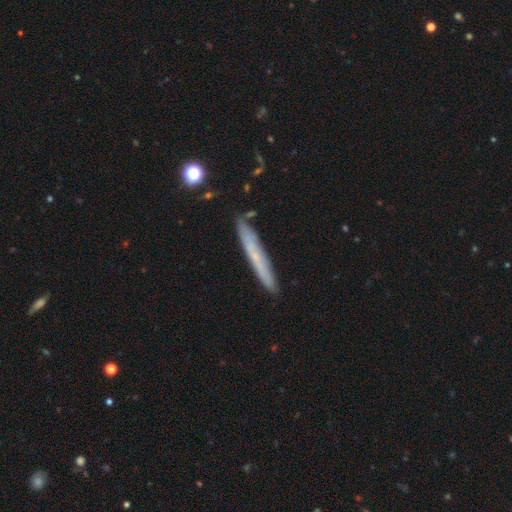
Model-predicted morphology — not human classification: Overall: smooth (48%; featured or disk 45%). Merging: none (85%).